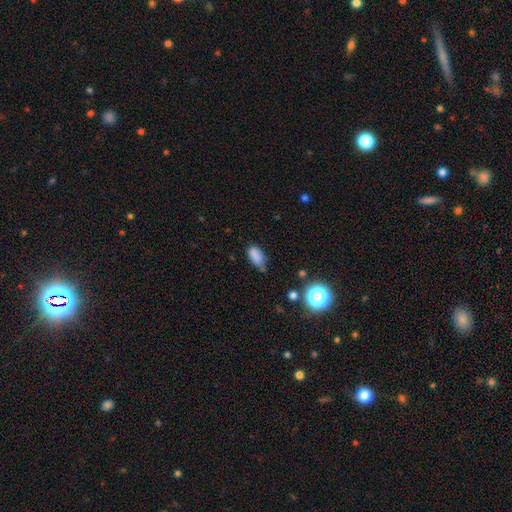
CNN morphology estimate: Smooth or featured? smooth (82%)
How rounded? in between (89%)
Merging? none (44%)